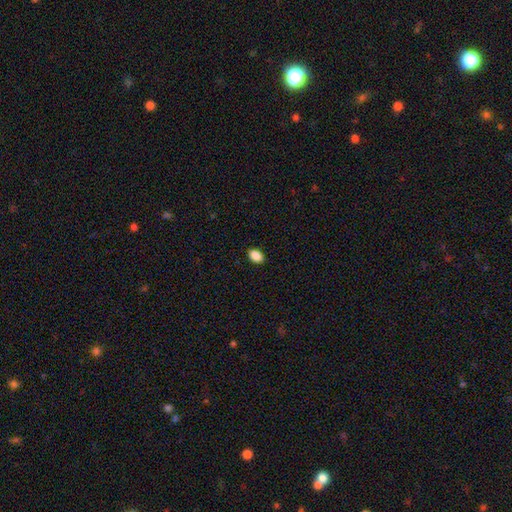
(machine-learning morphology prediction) Overall: smooth (89%). How rounded: in between (85%). Merging: none (90%).